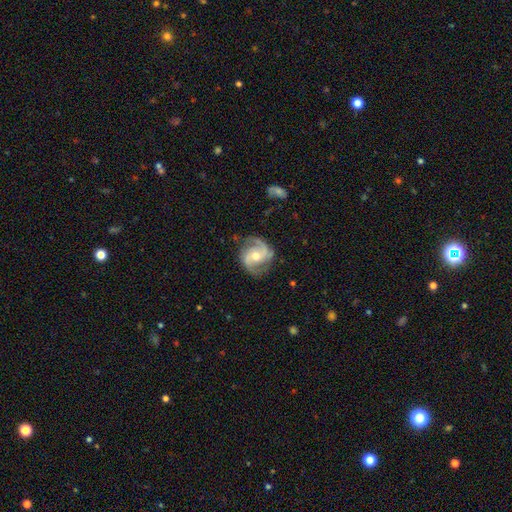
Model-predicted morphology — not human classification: Smooth or featured?
  - featured or disk: 89% *
  - smooth: 6%
  - star or artifact: 5%
Edge-on disk?
  - no: 98% *
  - yes: 2%
Bar?
  - no: 51% *
  - weak: 37%
  - strong: 12%
Spiral arms?
  - yes: 97% *
  - no: 3%
Spiral winding?
  - medium: 55% *
  - tight: 26%
  - loose: 19%
Spiral arm count?
  - 2: 78% *
  - 3: 12%
  - can't tell: 4%
  - 1: 2%
  - 4: 2%
  - more than 4: 2%
Bulge size?
  - moderate: 66% *
  - small: 28%
  - large: 4%
  - none: 1%
  - dominant: 1%
Merging?
  - none: 77% *
  - minor disturbance: 16%
  - major disturbance: 6%
  - merger: 1%